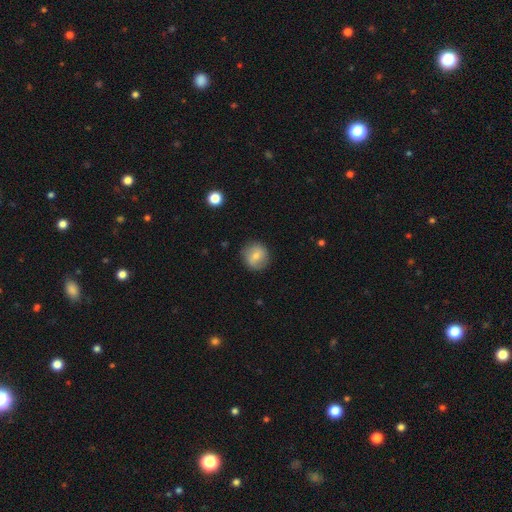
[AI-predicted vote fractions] A smooth galaxy with no disk features (69%) that is round (89%).

Vote fractions:
- Smooth or featured? smooth: 69% / featured or disk: 23% / star or artifact: 8%
- How rounded? round: 89% / in between: 10% / cigar-shaped: 1%
- Merging? none: 85% / minor disturbance: 11% / major disturbance: 3% / merger: 1%